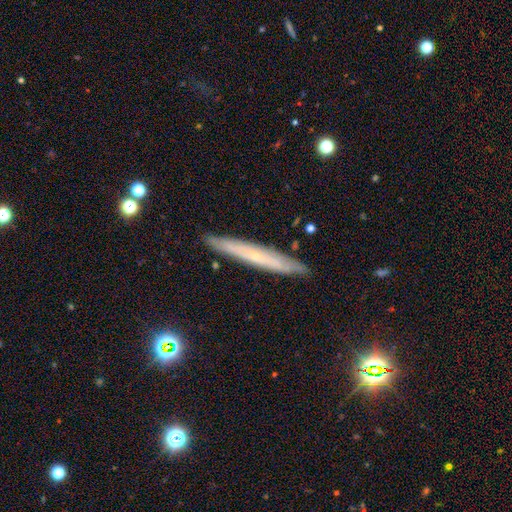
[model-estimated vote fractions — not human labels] A featured or disk galaxy (54%) viewed edge-on (88%).

Vote fractions:
- Smooth or featured? featured or disk: 54% / smooth: 38% / star or artifact: 9%
- Edge-on disk? yes: 88% / no: 12%
- Merging? none: 88% / minor disturbance: 9% / major disturbance: 2% / merger: 1%